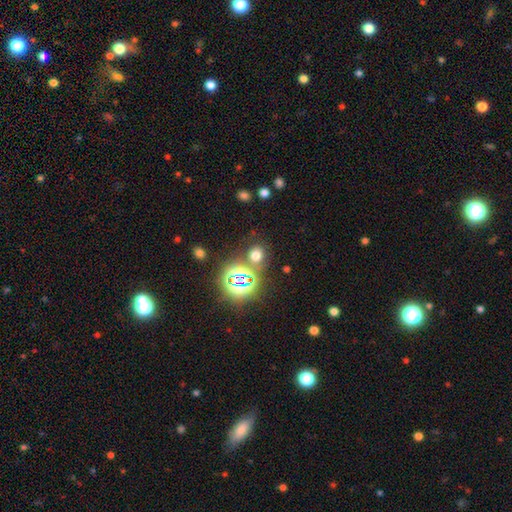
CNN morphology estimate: Smooth or featured? Predicted: smooth (p=0.58). How rounded? Predicted: round (p=0.73). Merging? Predicted: none (p=0.77).